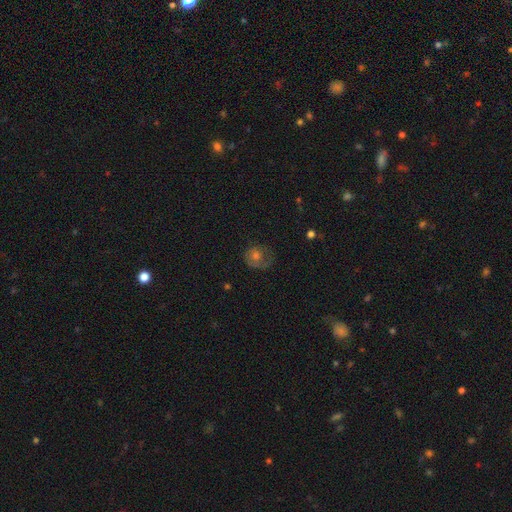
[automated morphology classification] type=smooth (43%); merging=none (56%).